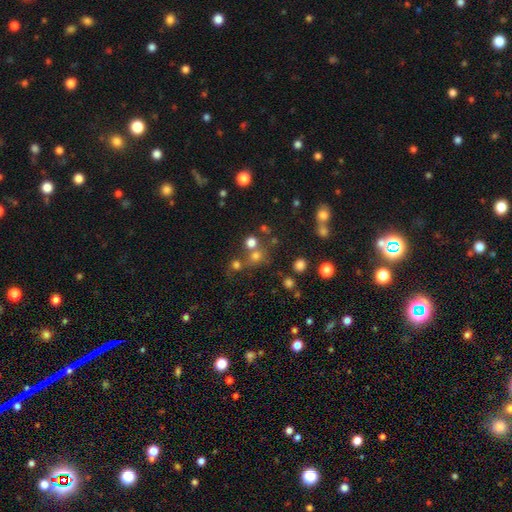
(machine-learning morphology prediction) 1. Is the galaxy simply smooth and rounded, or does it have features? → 56% smooth, 33% star or artifact, 11% featured or disk.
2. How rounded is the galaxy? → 86% round, 13% in between, 1% cigar-shaped.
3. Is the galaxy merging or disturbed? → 61% none, 25% merger, 9% minor disturbance, 5% major disturbance.